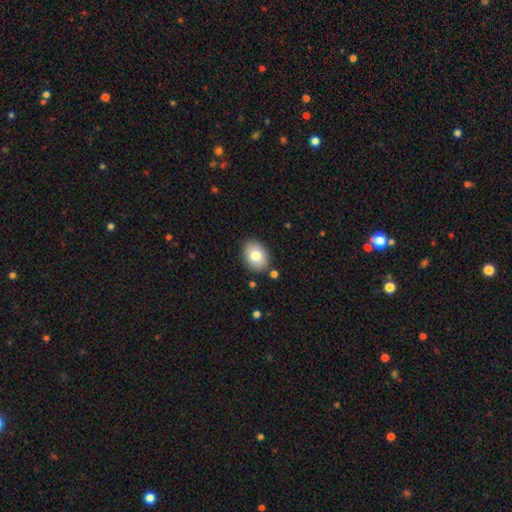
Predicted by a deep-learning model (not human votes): A smooth galaxy with no disk features (80%) that is in between round and cigar-shaped (78%). Merging: none (85%).